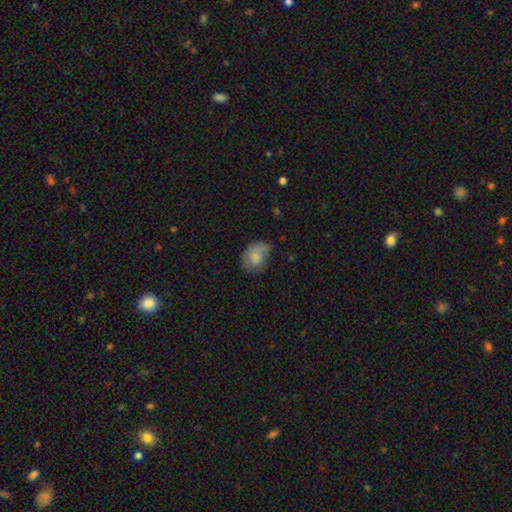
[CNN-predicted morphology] Q: Smooth or featured?
A: smooth (67%); runner-up: featured or disk (25%)
Q: How rounded?
A: in between (63%); runner-up: round (35%)
Q: Merging?
A: none (50%); runner-up: minor disturbance (33%)